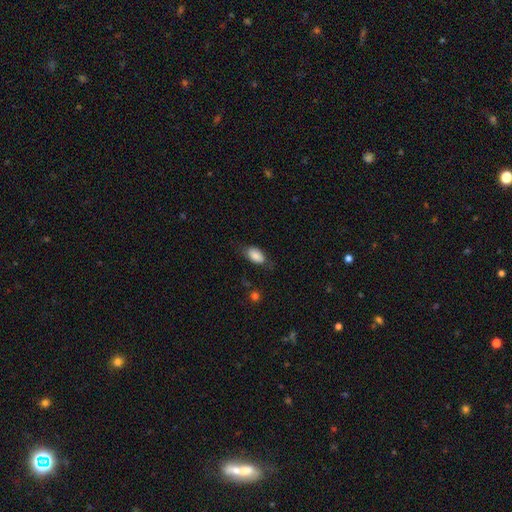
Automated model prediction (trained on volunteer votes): Smooth or featured?
  - smooth: 85% *
  - featured or disk: 8%
  - star or artifact: 7%
How rounded?
  - in between: 92% *
  - round: 5%
  - cigar-shaped: 4%
Merging?
  - none: 67% *
  - minor disturbance: 24%
  - major disturbance: 8%
  - merger: 2%